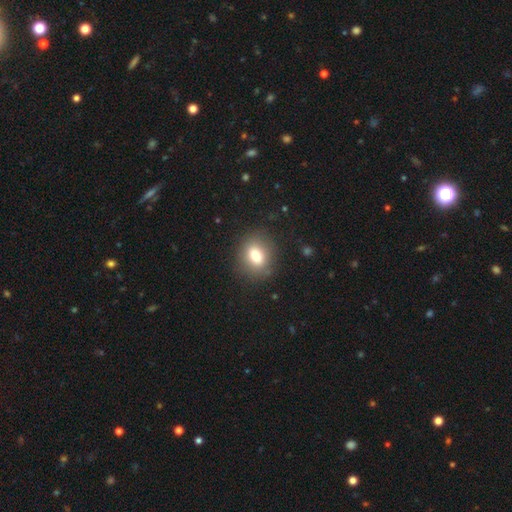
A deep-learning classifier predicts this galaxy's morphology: A smooth galaxy with no disk features (76%) that is round (54%). Merging: none (84%).